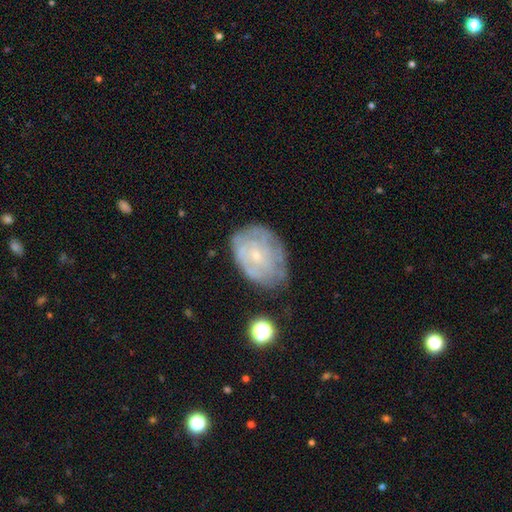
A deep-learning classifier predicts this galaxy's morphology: Q: Smooth or featured?
A: featured or disk (63%); runner-up: smooth (29%)
Q: Edge-on disk?
A: no (97%); runner-up: yes (3%)
Q: Bar?
A: no (79%); runner-up: weak (18%)
Q: Spiral arms?
A: yes (63%); runner-up: no (37%)
Q: Bulge size?
A: small (80%); runner-up: moderate (14%)
Q: Merging?
A: none (60%); runner-up: minor disturbance (26%)